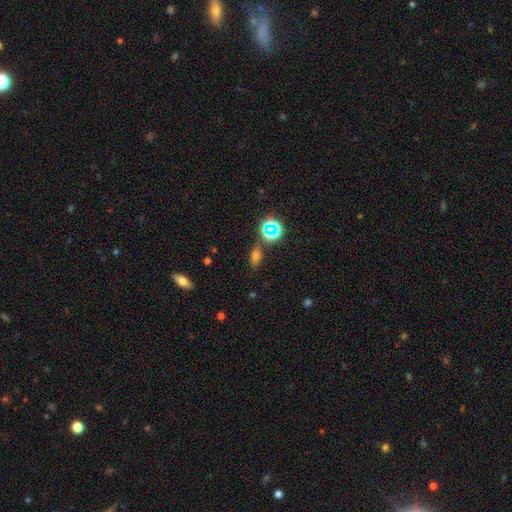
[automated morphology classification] This appears to be a smooth galaxy with no disk features (60%) that is in between round and cigar-shaped (68%). Merging: none (76%).